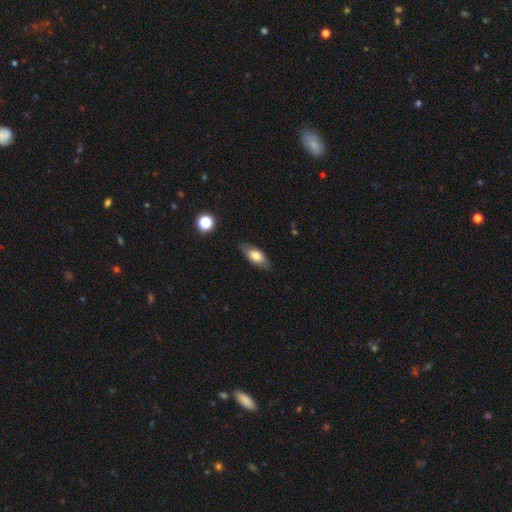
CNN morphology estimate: type=smooth (69%); roundness=in between (81%); merging=none (81%).